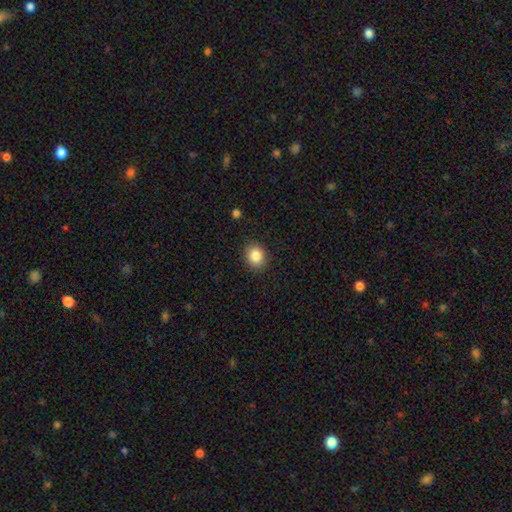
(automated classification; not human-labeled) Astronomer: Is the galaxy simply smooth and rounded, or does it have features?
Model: smooth — 86%.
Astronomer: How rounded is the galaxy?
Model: round — 54% (runner-up: in between, 45%).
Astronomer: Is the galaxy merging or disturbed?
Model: none — 87%.